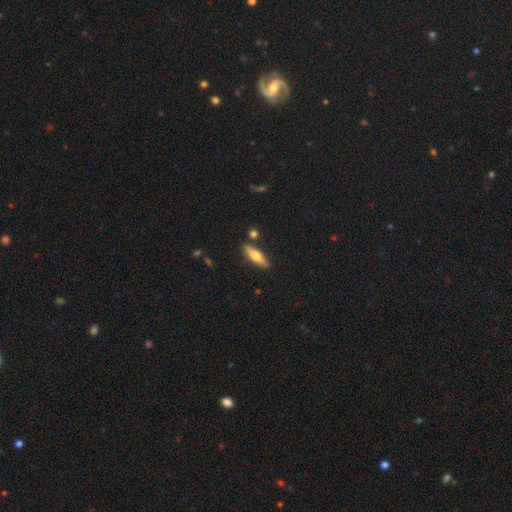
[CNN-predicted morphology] A smooth galaxy with no disk features (53%) that is cigar-shaped (68%). Merging: none (84%).